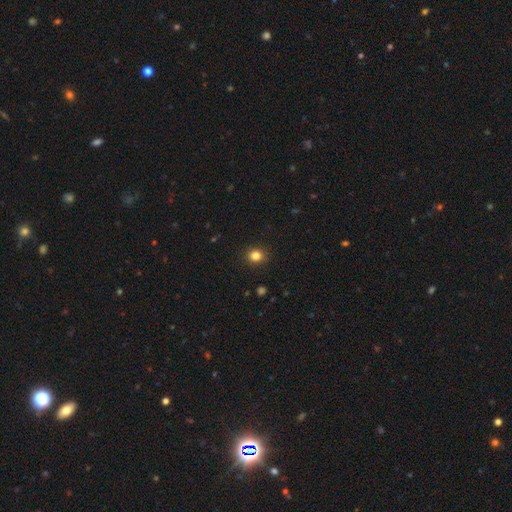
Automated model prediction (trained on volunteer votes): Smooth or featured? smooth (84%)
How rounded? round (79%)
Merging? none (91%)